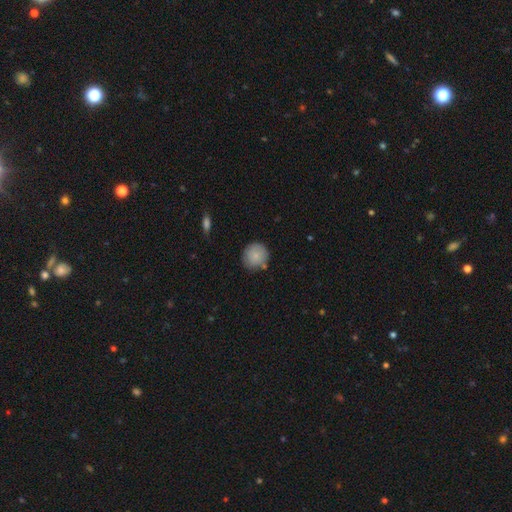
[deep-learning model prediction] Smooth or featured: smooth — 85% (featured or disk — 8%)
How rounded: round — 90% (in between — 9%)
Merging: none — 78% (minor disturbance — 14%)